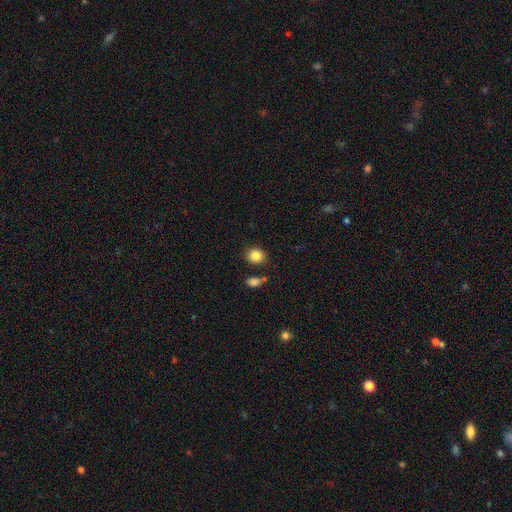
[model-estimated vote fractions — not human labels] smooth-or-featured: smooth: 85% | star or artifact: 9% | featured or disk: 6%
  how-rounded: round: 68% | in between: 32% | cigar-shaped: 1%
  merging: none: 80% | minor disturbance: 11% | merger: 6% | major disturbance: 3%